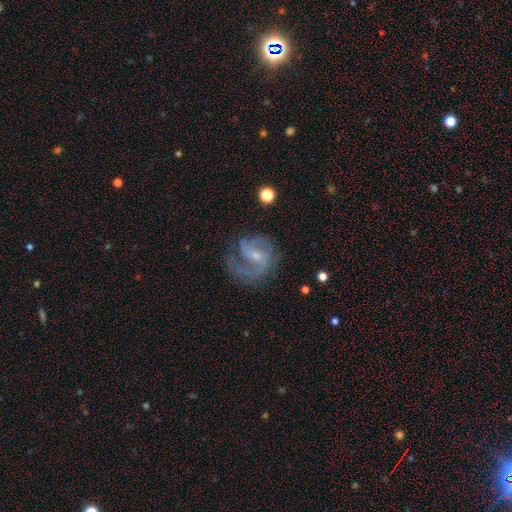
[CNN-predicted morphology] Smooth or featured: featured or disk — 83% (smooth — 11%)
Edge-on disk: no — 98% (yes — 2%)
Bar: weak — 54% (no — 29%)
Spiral arms: yes — 94% (no — 6%)
Spiral winding: medium — 49% (loose — 27%)
Spiral arm count: 2 — 50% (1 — 27%)
Bulge size: small — 64% (moderate — 26%)
Merging: none — 57% (major disturbance — 22%)